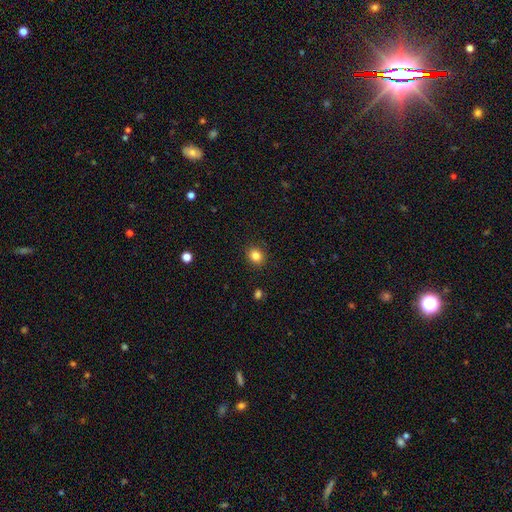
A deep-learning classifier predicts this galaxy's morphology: This appears to be a smooth galaxy with no disk features (84%) that is round (74%). Merging: none (90%).